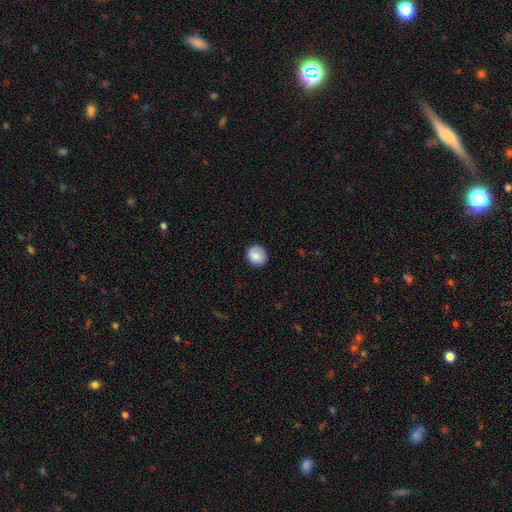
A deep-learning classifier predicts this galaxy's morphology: Smooth or featured?
  - smooth: 82% *
  - featured or disk: 11%
  - star or artifact: 7%
How rounded?
  - round: 75% *
  - in between: 24%
  - cigar-shaped: 1%
Merging?
  - none: 83% *
  - minor disturbance: 13%
  - major disturbance: 3%
  - merger: 1%